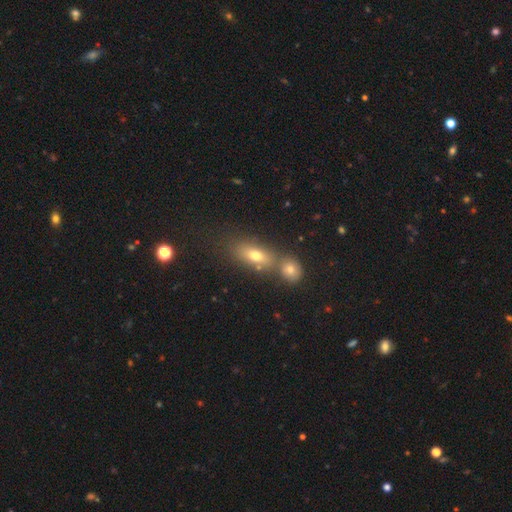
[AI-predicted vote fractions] A smooth galaxy with no disk features (67%) that is in between round and cigar-shaped (74%). Merging: none (49%).